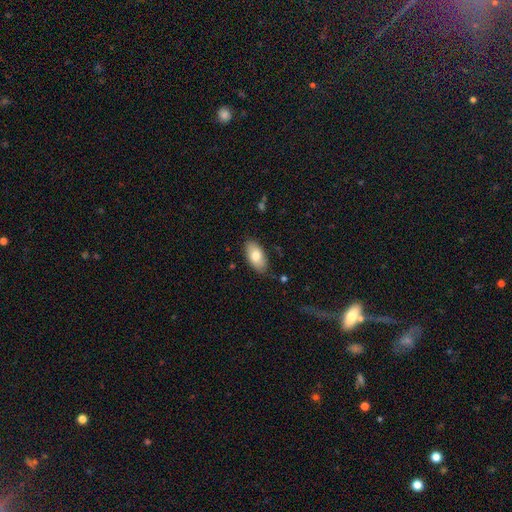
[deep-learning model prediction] Overall: smooth (78%). How rounded: in between (94%). Merging: none (84%).